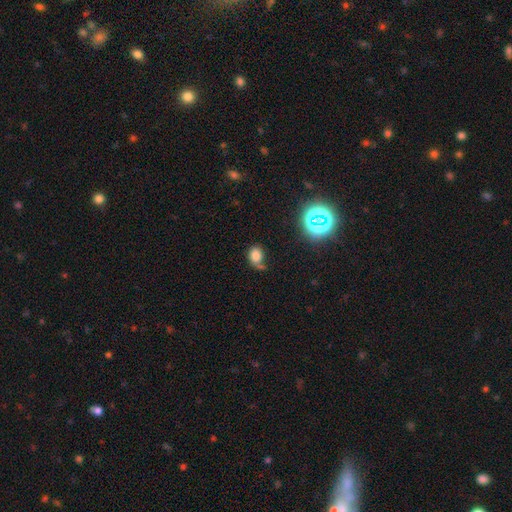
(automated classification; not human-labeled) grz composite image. It shows a smooth galaxy with no disk features (75%) that is in between round and cigar-shaped (60%). Merging: none (46%).